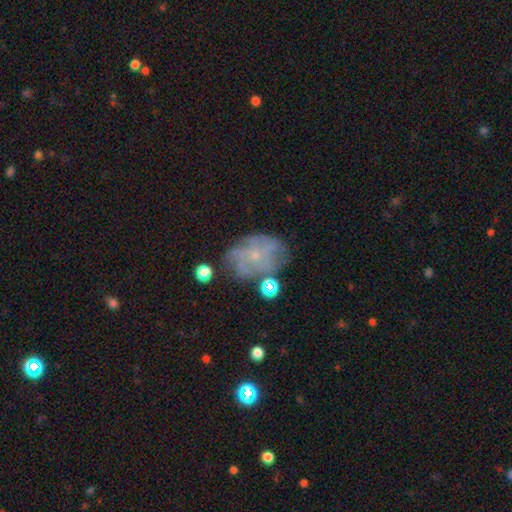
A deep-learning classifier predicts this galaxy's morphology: A featured or disk galaxy (65%) with no bar (81%), spiral arms (74%) and a small central bulge (82%). Merging: none (60%).